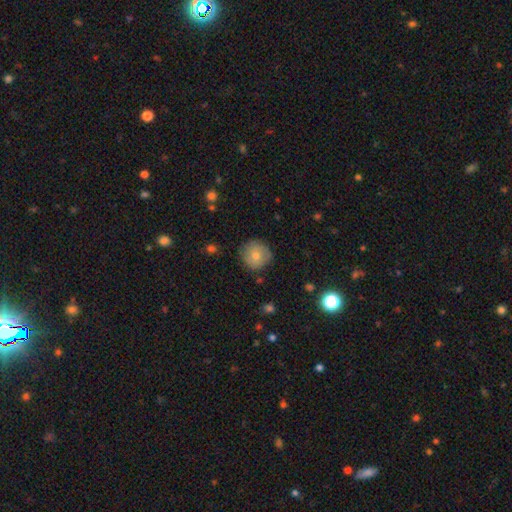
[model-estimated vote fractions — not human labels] Morphology: type=smooth (68%); roundness=round (93%); merging=none (84%).